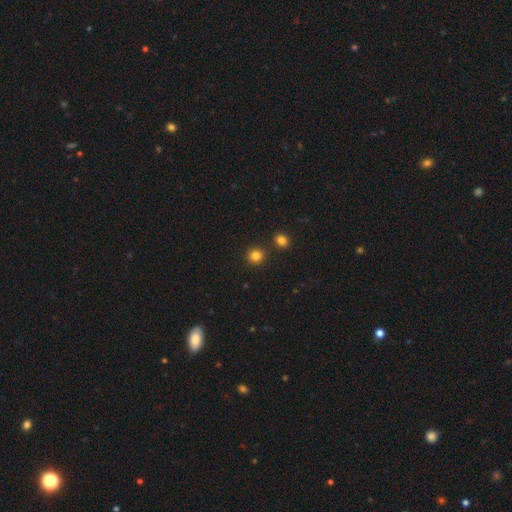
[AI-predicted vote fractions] Smooth or featured? Predicted: smooth (p=0.83). How rounded? Predicted: round (p=0.92). Merging? Predicted: none (p=0.87).